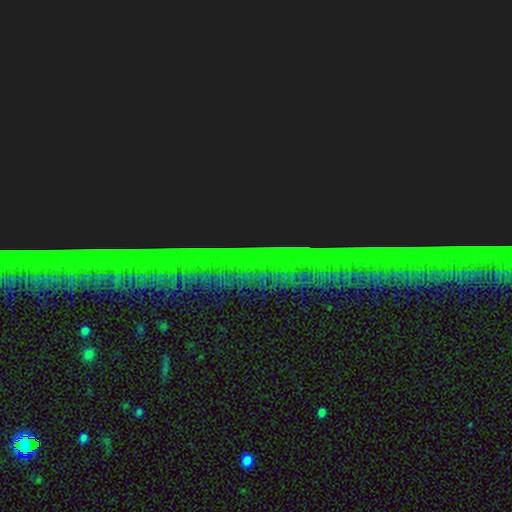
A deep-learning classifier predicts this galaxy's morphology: Overall: star or artifact (86%).